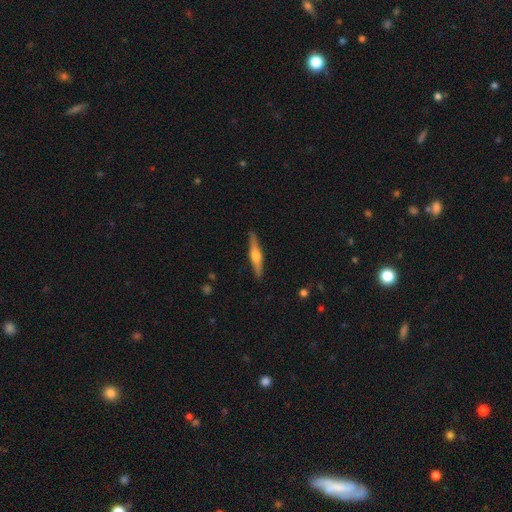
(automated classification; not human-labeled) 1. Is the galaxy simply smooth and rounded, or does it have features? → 63% featured or disk, 32% smooth, 5% star or artifact.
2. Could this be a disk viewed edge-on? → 97% yes, 3% no.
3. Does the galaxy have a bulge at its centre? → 92% rounded, 4% boxy, 4% none.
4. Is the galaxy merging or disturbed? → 90% none, 8% minor disturbance, 2% major disturbance, 1% merger.